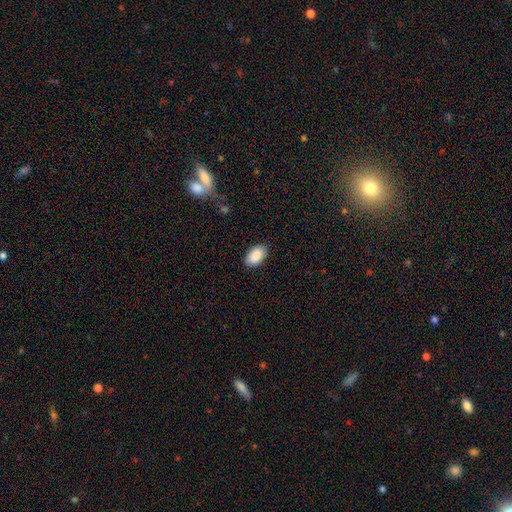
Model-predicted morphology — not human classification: The model was most divided on "merging": none: 87%, minor disturbance: 10%, major disturbance: 2%, merger: 1%. More confident: how rounded — in between (94%); smooth or featured — smooth (90%).